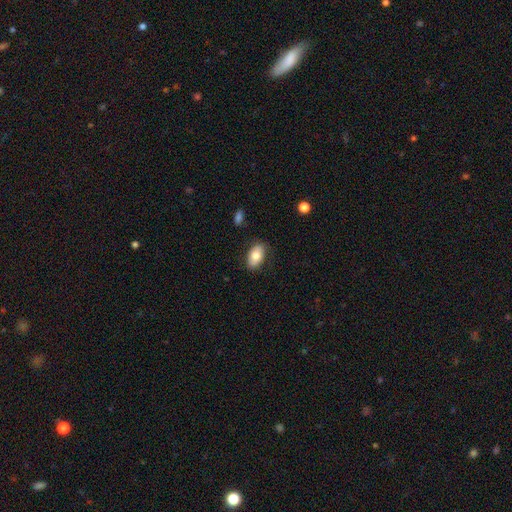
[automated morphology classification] Q: Smooth or featured?
A: smooth (77%); runner-up: featured or disk (16%)
Q: How rounded?
A: in between (92%); runner-up: round (6%)
Q: Merging?
A: none (83%); runner-up: minor disturbance (13%)